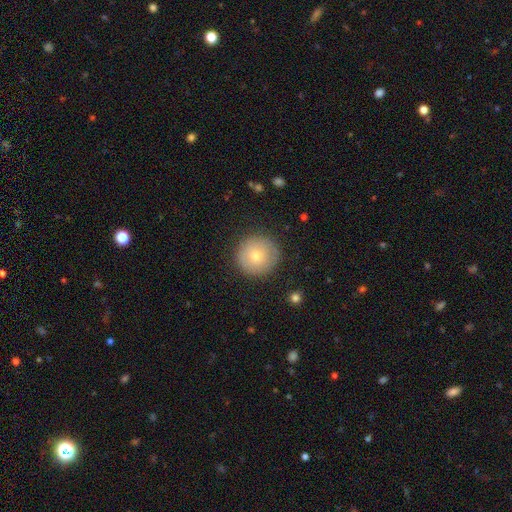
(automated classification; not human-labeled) The model was most divided on "smooth or featured": smooth: 71%, featured or disk: 21%, star or artifact: 8%. More confident: how rounded — round (95%); merging — none (86%).